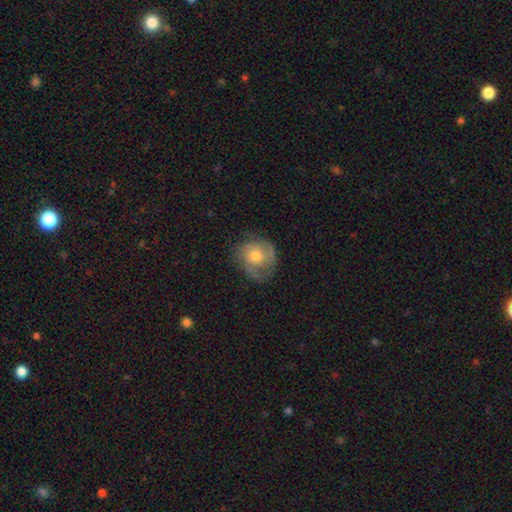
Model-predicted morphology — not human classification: The model was most divided on "smooth or featured": featured or disk: 59%, smooth: 34%, star or artifact: 7%. More confident: edge-on disk — no (97%); spiral arms — yes (82%); bar — no (78%); bulge size — moderate (67%); merging — none (64%).